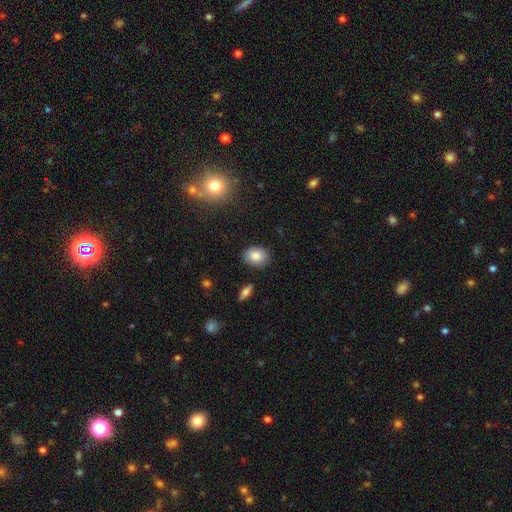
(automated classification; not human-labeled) The model was most divided on "how rounded": in between: 59%, round: 40%, cigar-shaped: 1%. More confident: merging — none (87%); smooth or featured — smooth (84%).